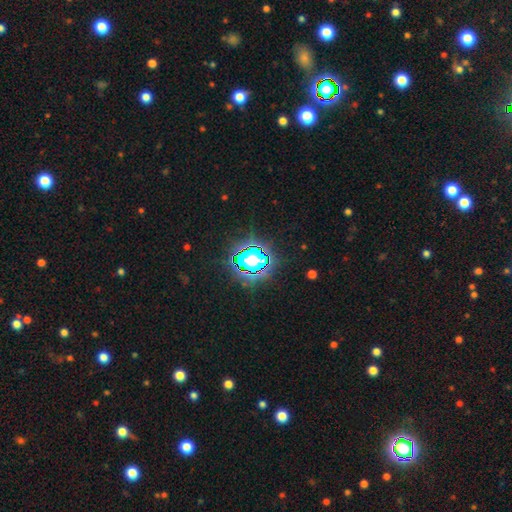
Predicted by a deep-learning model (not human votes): Q: Smooth or featured?
A: star or artifact (82%); runner-up: smooth (11%)